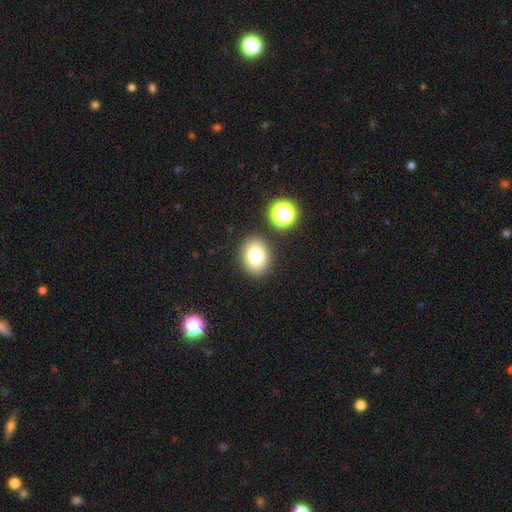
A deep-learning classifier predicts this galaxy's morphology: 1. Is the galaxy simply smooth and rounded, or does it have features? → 80% smooth, 11% star or artifact, 9% featured or disk.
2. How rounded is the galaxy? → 65% in between, 34% round, 1% cigar-shaped.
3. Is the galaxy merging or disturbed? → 85% none, 9% minor disturbance, 4% merger, 3% major disturbance.